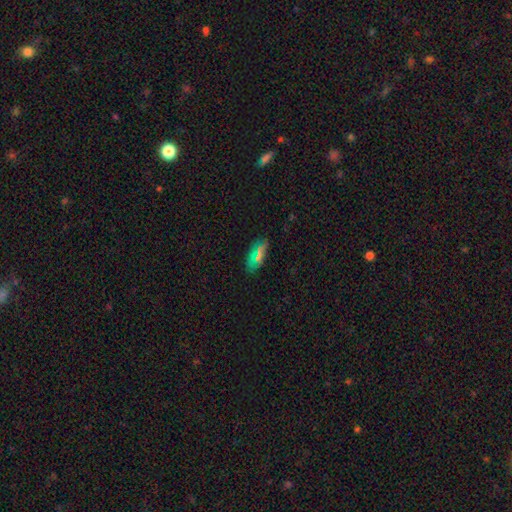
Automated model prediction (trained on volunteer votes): Smooth or featured: smooth — 60% (star or artifact — 27%)
How rounded: in between — 86% (cigar-shaped — 8%)
Merging: none — 80% (minor disturbance — 14%)